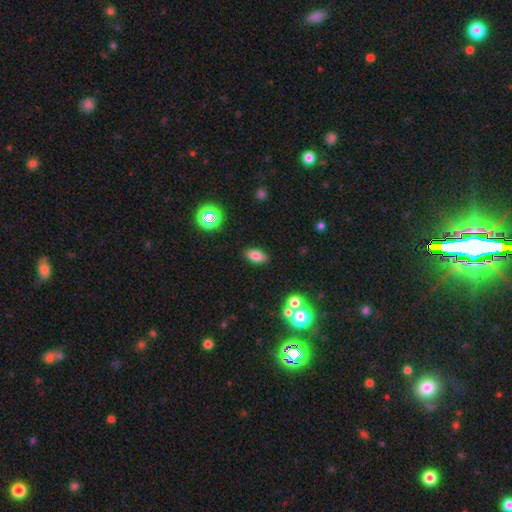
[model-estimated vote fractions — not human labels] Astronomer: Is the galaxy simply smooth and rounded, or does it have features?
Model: smooth — 76%.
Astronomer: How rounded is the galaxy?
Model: in between — 87%.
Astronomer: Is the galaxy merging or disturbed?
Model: none — 87%.